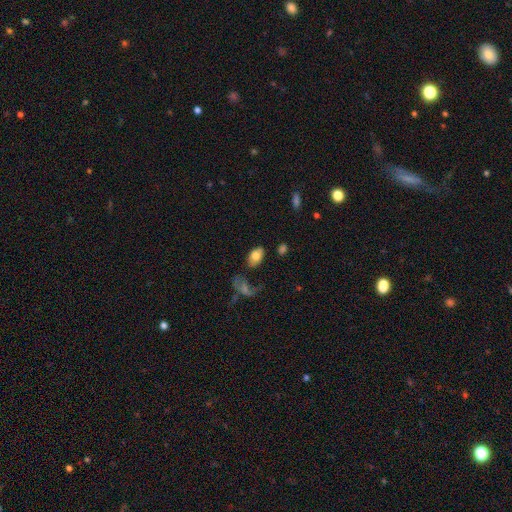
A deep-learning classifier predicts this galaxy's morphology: type=smooth (75%); roundness=in between (91%); merging=none (67%).